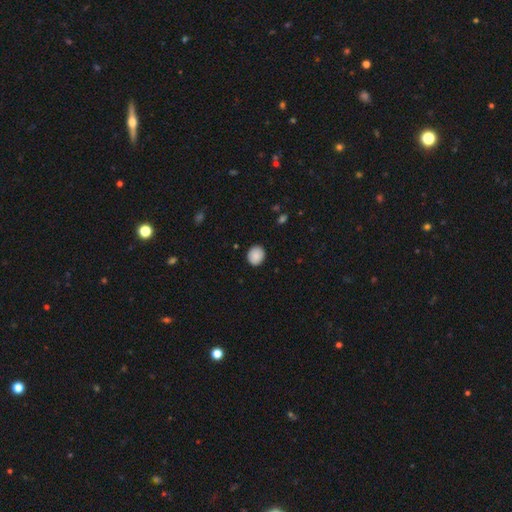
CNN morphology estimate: smooth_or_featured: smooth (p=0.88) [alt: star or artifact p=0.08]
how_rounded: round (p=0.76) [alt: in between p=0.24]
merging: none (p=0.89) [alt: minor disturbance p=0.08]